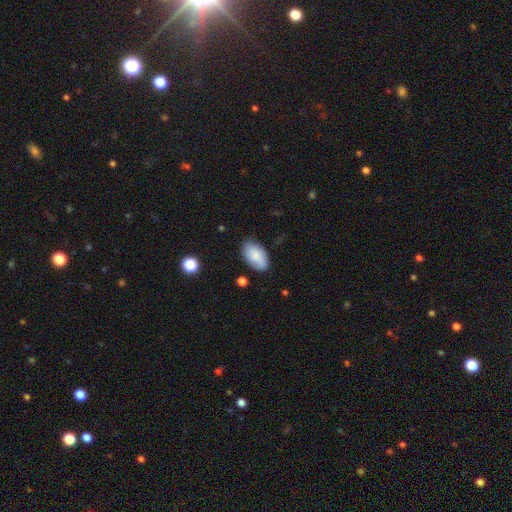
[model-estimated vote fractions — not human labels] A smooth galaxy with no disk features (77%) that is in between round and cigar-shaped (94%).

Vote fractions:
- Smooth or featured? smooth: 77% / featured or disk: 16% / star or artifact: 7%
- How rounded? in between: 94% / round: 4% / cigar-shaped: 2%
- Merging? none: 74% / minor disturbance: 20% / major disturbance: 4% / merger: 2%